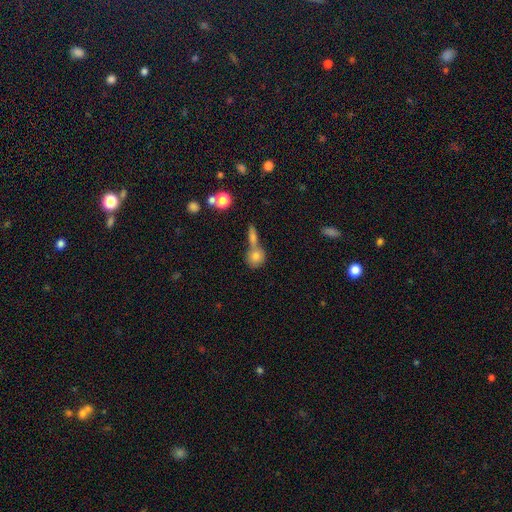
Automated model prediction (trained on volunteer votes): The model was most divided on "merging": merger: 48%, none: 39%, minor disturbance: 9%, major disturbance: 4%. More confident: smooth or featured — smooth (76%); how rounded — round (75%).